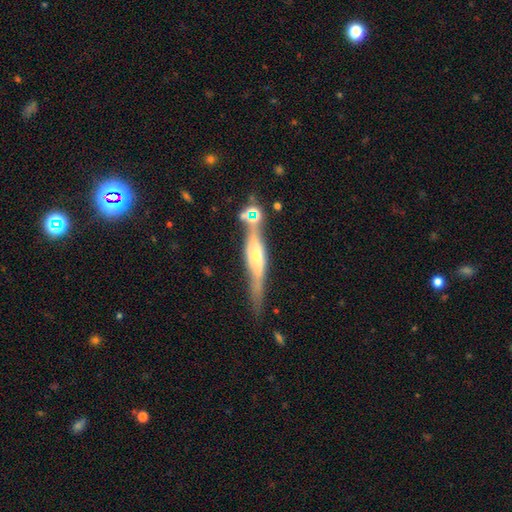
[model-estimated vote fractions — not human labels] A featured or disk galaxy (75%) viewed edge-on (89%) with a rounded central bulge (73%).

Vote fractions:
- Smooth or featured? featured or disk: 75% / smooth: 18% / star or artifact: 8%
- Edge-on disk? yes: 89% / no: 11%
- Edge-on bulge? rounded: 73% / boxy: 19% / none: 8%
- Merging? none: 64% / minor disturbance: 17% / merger: 12% / major disturbance: 6%